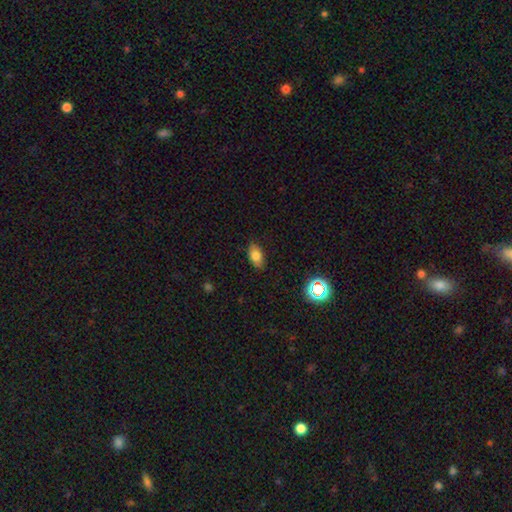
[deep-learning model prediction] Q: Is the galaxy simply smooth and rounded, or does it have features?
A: smooth — 79%.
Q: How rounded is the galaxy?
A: in between — 89%.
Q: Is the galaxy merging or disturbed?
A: none — 85%.